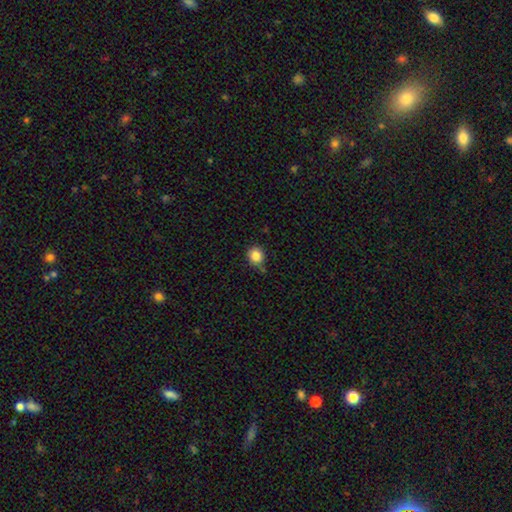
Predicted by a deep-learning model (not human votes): smooth-or-featured: smooth: 85% | star or artifact: 10% | featured or disk: 4%
  how-rounded: round: 86% | in between: 13% | cigar-shaped: 1%
  merging: none: 78% | minor disturbance: 15% | merger: 4% | major disturbance: 3%